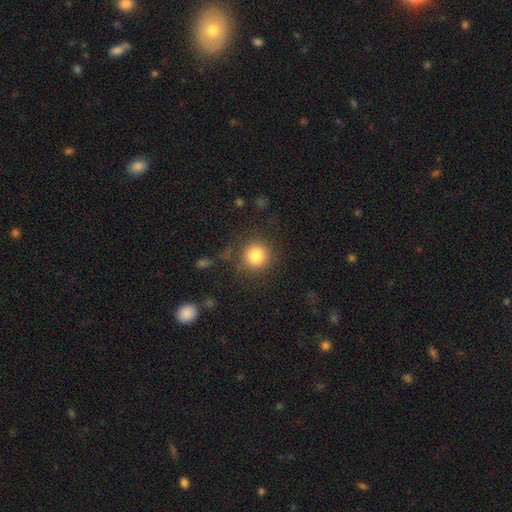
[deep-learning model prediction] Q: Smooth or featured?
A: smooth (84%); runner-up: star or artifact (10%)
Q: How rounded?
A: round (93%); runner-up: in between (6%)
Q: Merging?
A: none (81%); runner-up: minor disturbance (11%)